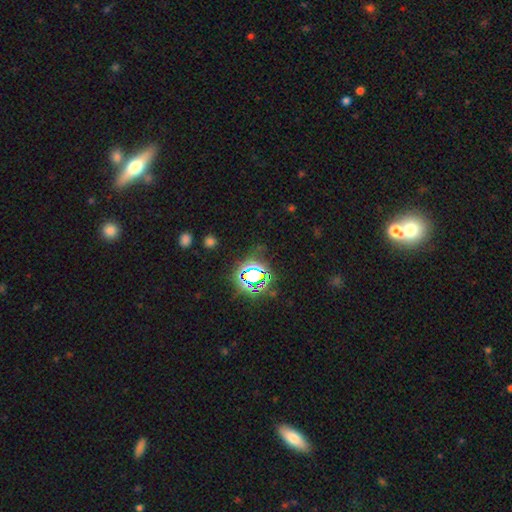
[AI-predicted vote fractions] Smooth or featured: star or artifact — 68% (smooth — 19%)